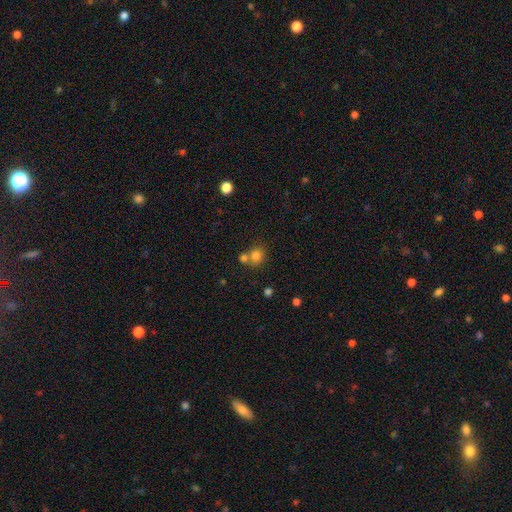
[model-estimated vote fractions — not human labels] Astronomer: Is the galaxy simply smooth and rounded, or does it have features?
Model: smooth — 78%.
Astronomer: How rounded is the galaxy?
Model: round — 77%.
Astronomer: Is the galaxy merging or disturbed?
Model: none — 51% (runner-up: merger, 37%).